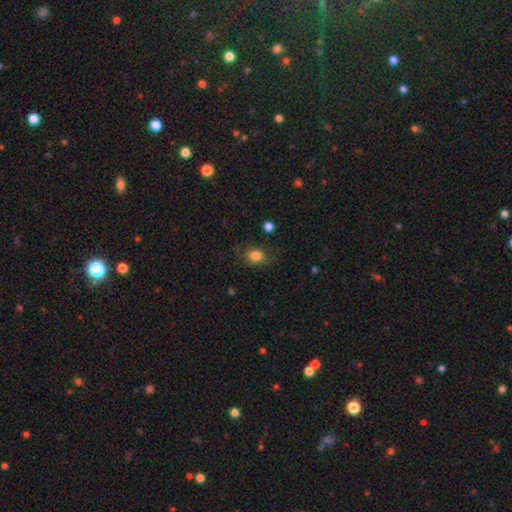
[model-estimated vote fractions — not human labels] Smooth or featured: smooth — 83% (star or artifact — 11%)
How rounded: round — 61% (in between — 38%)
Merging: none — 76% (minor disturbance — 17%)